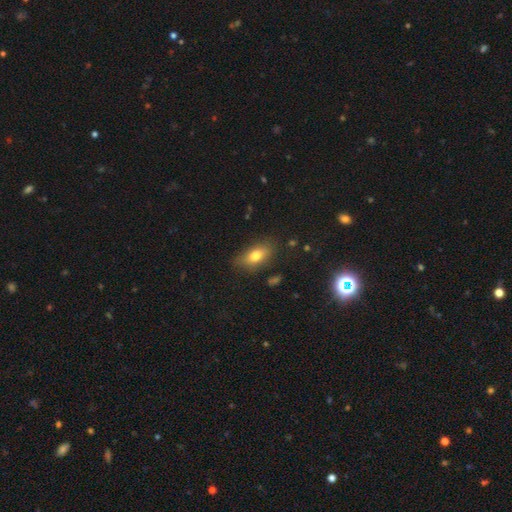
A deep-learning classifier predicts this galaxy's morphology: This appears to be a smooth galaxy with no disk features (76%) that is in between round and cigar-shaped (83%). Merging: none (80%).